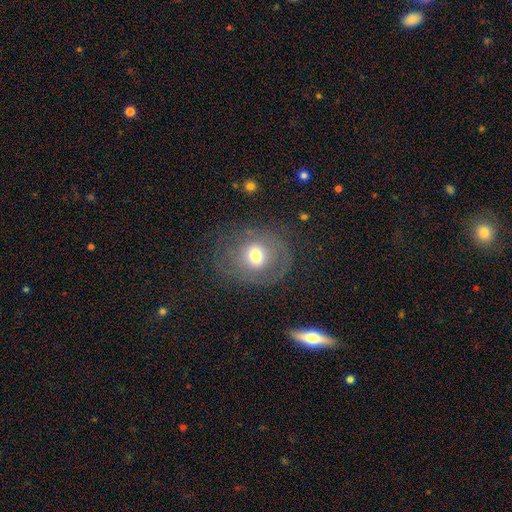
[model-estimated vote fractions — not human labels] Smooth or featured? smooth (52%)
How rounded? round (72%)
Merging? none (71%)